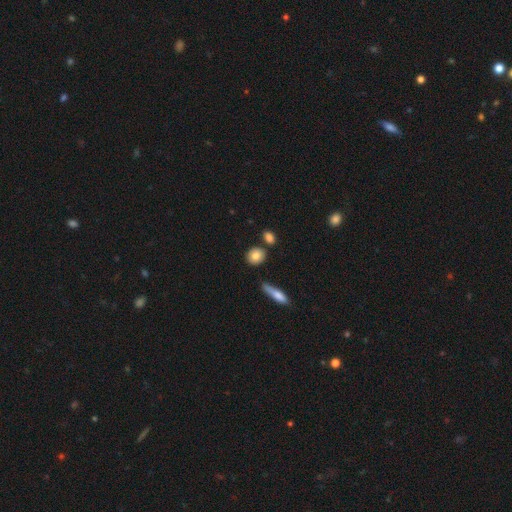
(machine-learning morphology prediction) Smooth or featured: smooth — 80% (featured or disk — 12%)
How rounded: round — 67% (in between — 29%)
Merging: none — 79% (minor disturbance — 10%)